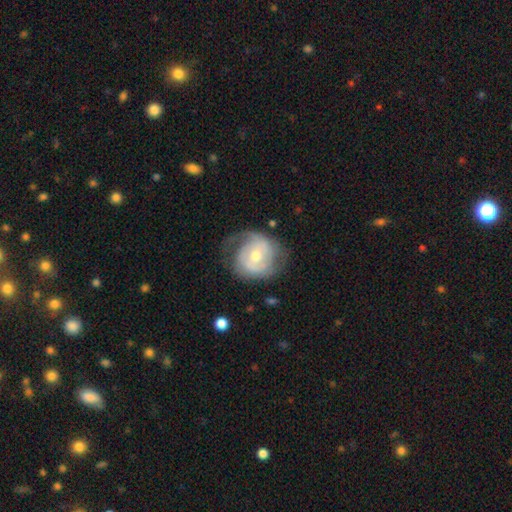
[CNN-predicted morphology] A featured or disk galaxy (69%) with no bar (59%), 2 (53%) tight (47%) spiral arms (80%) and a moderate central bulge (57%). Merging: none (56%).